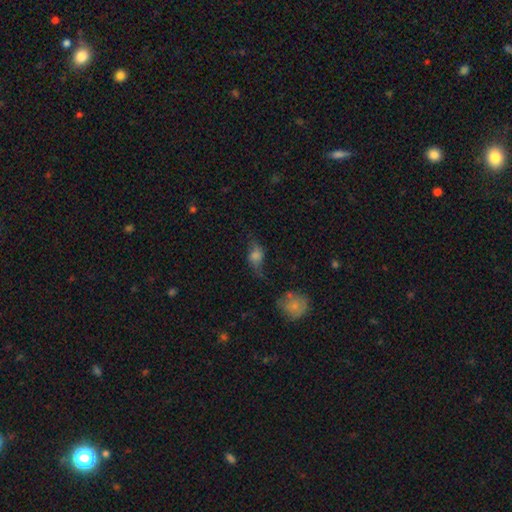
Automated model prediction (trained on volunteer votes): Smooth or featured?
  - smooth: 59% *
  - featured or disk: 27%
  - star or artifact: 14%
How rounded?
  - in between: 74% *
  - round: 20%
  - cigar-shaped: 6%
Merging?
  - none: 47% *
  - minor disturbance: 27%
  - major disturbance: 21%
  - merger: 5%